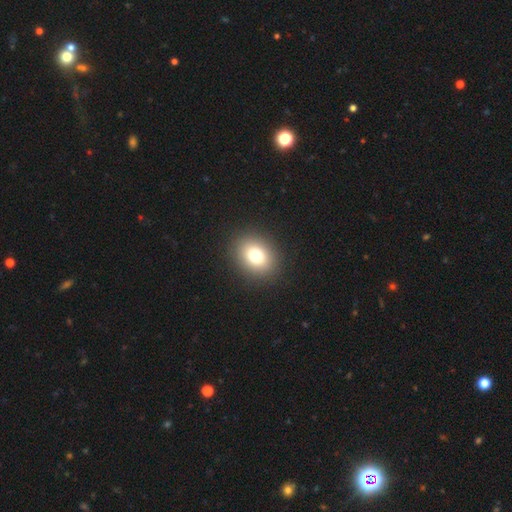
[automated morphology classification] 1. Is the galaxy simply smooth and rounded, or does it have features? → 77% smooth, 13% star or artifact, 11% featured or disk.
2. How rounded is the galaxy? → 53% round, 46% in between, 1% cigar-shaped.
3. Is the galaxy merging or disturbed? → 91% none, 6% minor disturbance, 2% major disturbance, 1% merger.